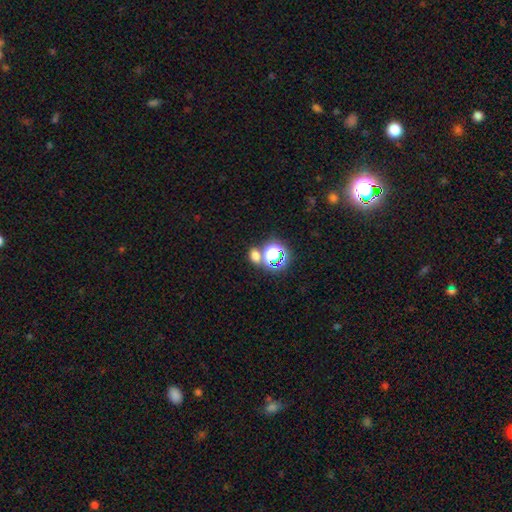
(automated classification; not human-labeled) Morphology: type=smooth (60%); roundness=round (51%); merging=none (63%).